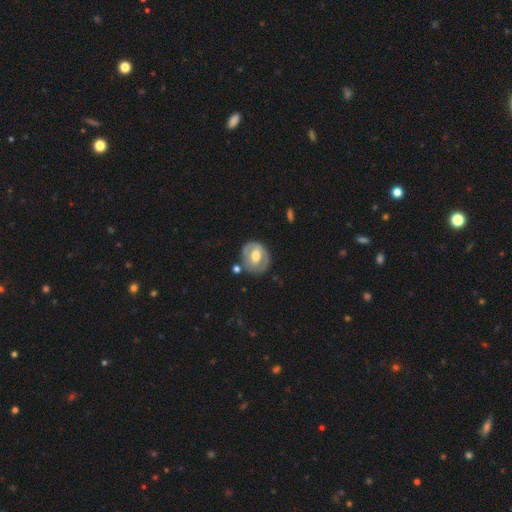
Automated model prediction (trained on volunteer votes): Morphology: type=featured or disk (55%); edge-on=no (95%); bar=no (45%); spiral arms=no (67%); bulge=moderate (63%); merging=none (70%).